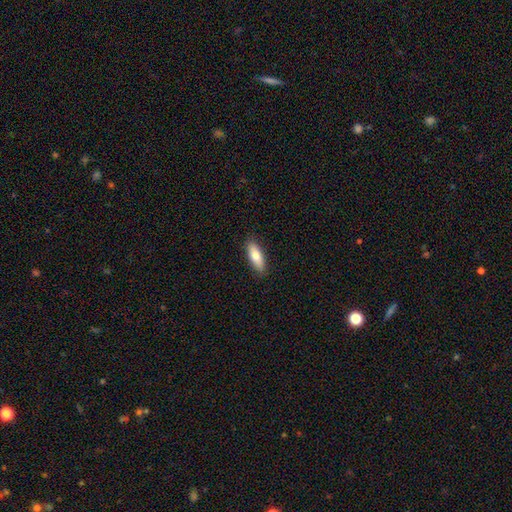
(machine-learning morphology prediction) smooth_or_featured: smooth (p=0.77) [alt: featured or disk p=0.17]
how_rounded: in between (p=0.66) [alt: cigar-shaped p=0.32]
merging: none (p=0.88) [alt: minor disturbance p=0.09]